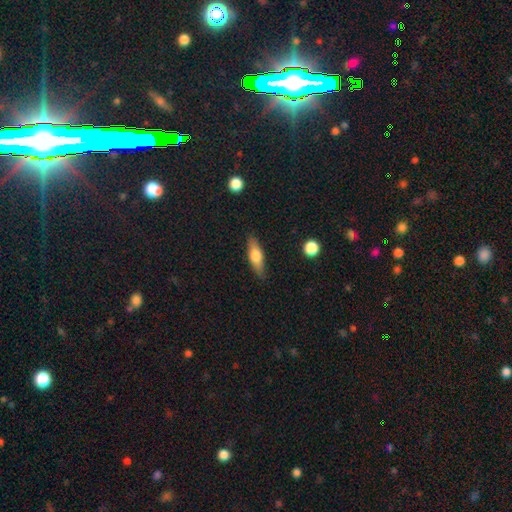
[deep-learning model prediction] This appears to be a smooth galaxy with no disk features (59%) that is cigar-shaped (52%). Merging: none (85%).